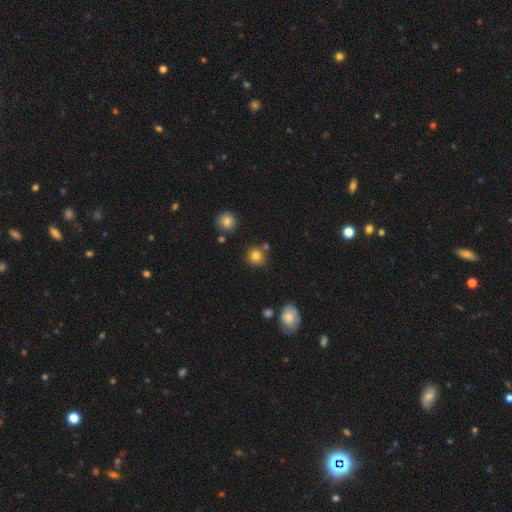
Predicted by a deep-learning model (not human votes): A smooth galaxy with no disk features (81%) that is round (91%). Merging: none (77%).